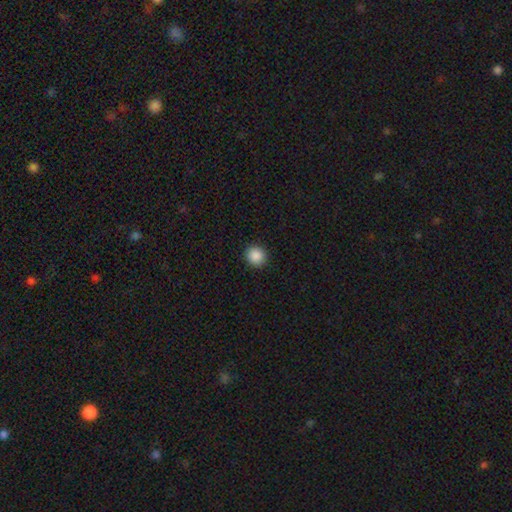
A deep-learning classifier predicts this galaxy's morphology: Smooth or featured: smooth — 89% (star or artifact — 9%)
How rounded: round — 91% (in between — 8%)
Merging: none — 93% (minor disturbance — 5%)